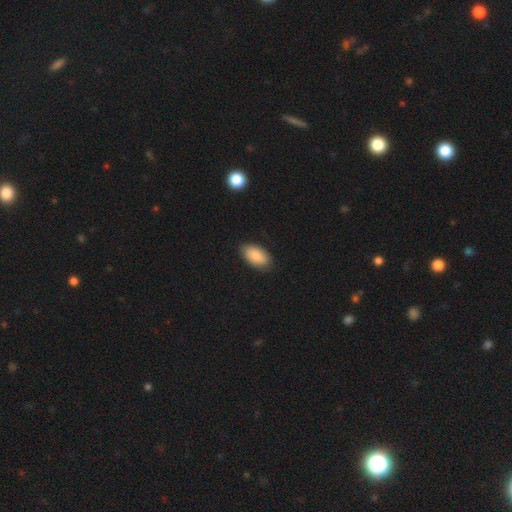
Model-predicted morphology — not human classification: A smooth galaxy with no disk features (87%) that is in between round and cigar-shaped (95%).

Vote fractions:
- Smooth or featured? smooth: 87% / featured or disk: 7% / star or artifact: 6%
- How rounded? in between: 95% / round: 3% / cigar-shaped: 2%
- Merging? none: 86% / minor disturbance: 11% / major disturbance: 2% / merger: 1%